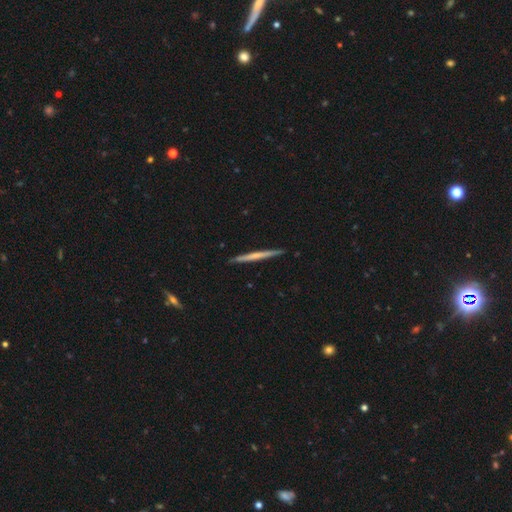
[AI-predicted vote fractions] Morphology: type=featured or disk (49%); merging=none (91%).